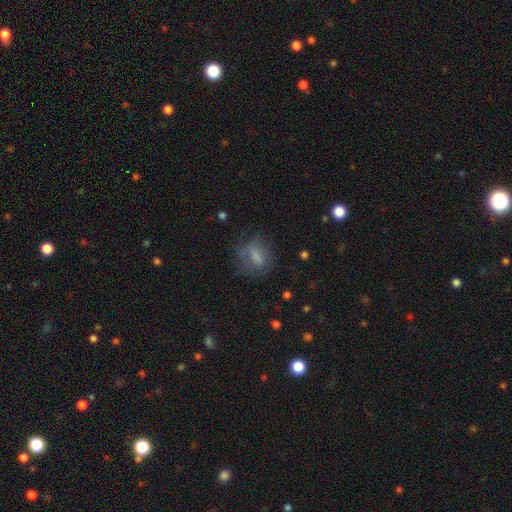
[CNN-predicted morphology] Smooth or featured?
  - smooth: 55% *
  - featured or disk: 34%
  - star or artifact: 12%
How rounded?
  - in between: 59% *
  - round: 37%
  - cigar-shaped: 4%
Merging?
  - none: 50% *
  - minor disturbance: 24%
  - major disturbance: 23%
  - merger: 2%